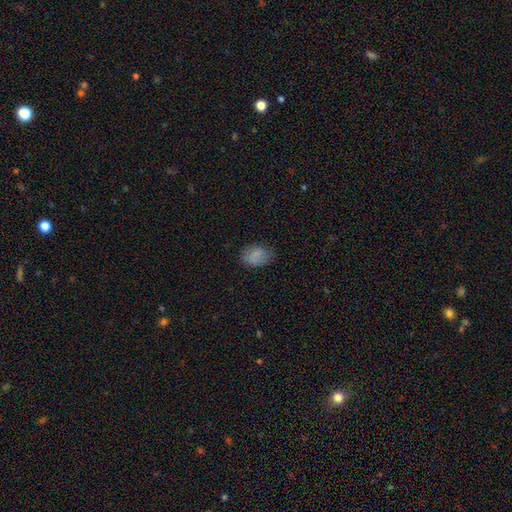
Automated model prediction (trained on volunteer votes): smooth-or-featured: smooth: 81% | featured or disk: 10% | star or artifact: 9%
  how-rounded: in between: 75% | round: 24% | cigar-shaped: 1%
  merging: none: 68% | minor disturbance: 24% | major disturbance: 7% | merger: 1%